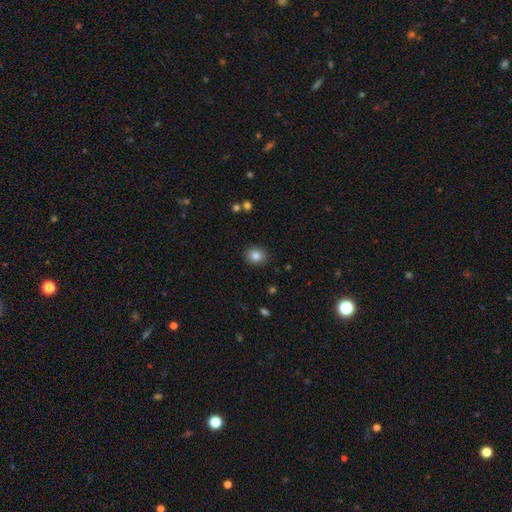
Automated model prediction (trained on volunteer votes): Overall: smooth (84%). How rounded: round (68%; in between 31%). Merging: none (89%).